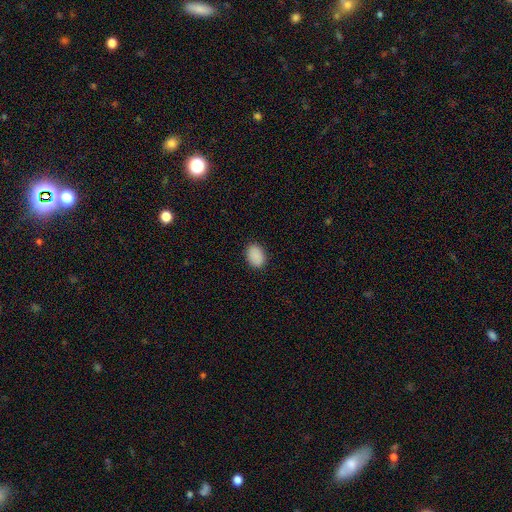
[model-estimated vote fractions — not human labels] smooth_or_featured: smooth (p=0.90) [alt: star or artifact p=0.08]
how_rounded: in between (p=0.82) [alt: round p=0.17]
merging: none (p=0.88) [alt: minor disturbance p=0.09]